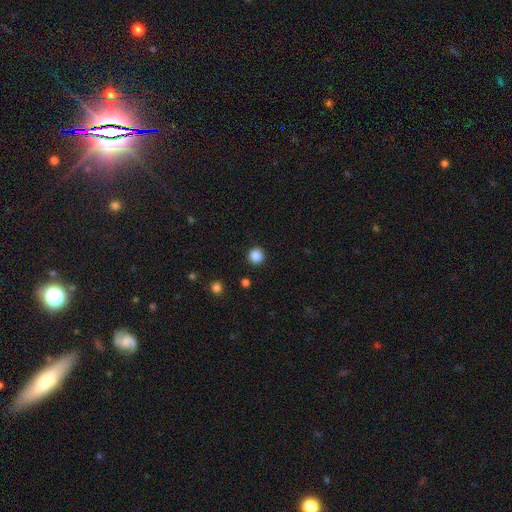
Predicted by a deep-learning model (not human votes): Smooth or featured?
  - smooth: 86% *
  - star or artifact: 11%
  - featured or disk: 3%
How rounded?
  - round: 94% *
  - in between: 5%
  - cigar-shaped: 1%
Merging?
  - none: 91% *
  - minor disturbance: 5%
  - major disturbance: 2%
  - merger: 1%